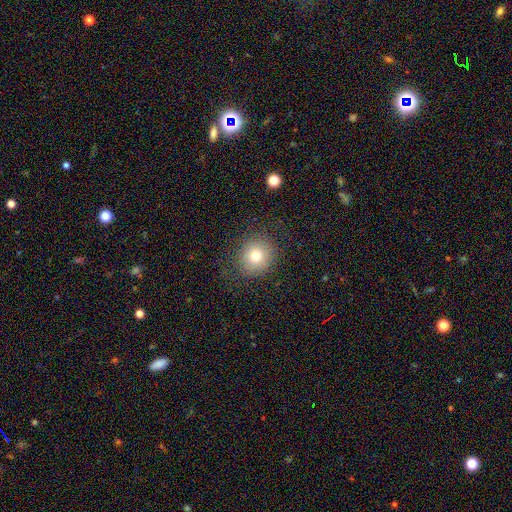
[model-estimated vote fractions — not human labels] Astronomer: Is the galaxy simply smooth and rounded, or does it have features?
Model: smooth — 74%.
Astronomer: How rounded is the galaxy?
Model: round — 86%.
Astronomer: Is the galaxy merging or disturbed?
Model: none — 84%.